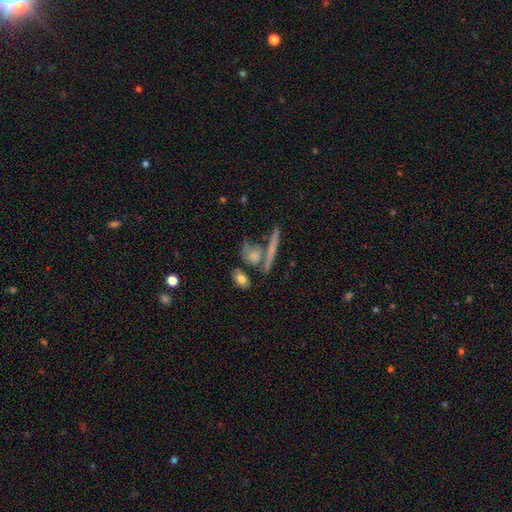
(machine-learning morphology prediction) Smooth or featured?
  - smooth: 58% *
  - featured or disk: 32%
  - star or artifact: 9%
How rounded?
  - cigar-shaped: 41% *
  - in between: 31%
  - round: 28%
Merging?
  - none: 60% *
  - merger: 21%
  - minor disturbance: 13%
  - major disturbance: 6%